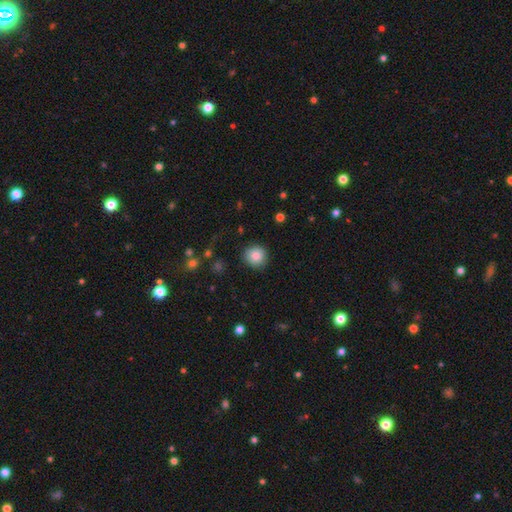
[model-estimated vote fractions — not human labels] Smooth or featured? smooth (85%)
How rounded? round (92%)
Merging? none (89%)